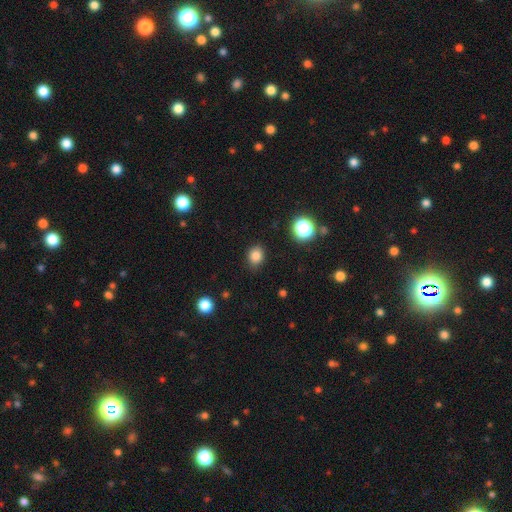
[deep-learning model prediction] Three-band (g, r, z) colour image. It shows a smooth galaxy with no disk features (83%) that is round (58%). Merging: none (86%).